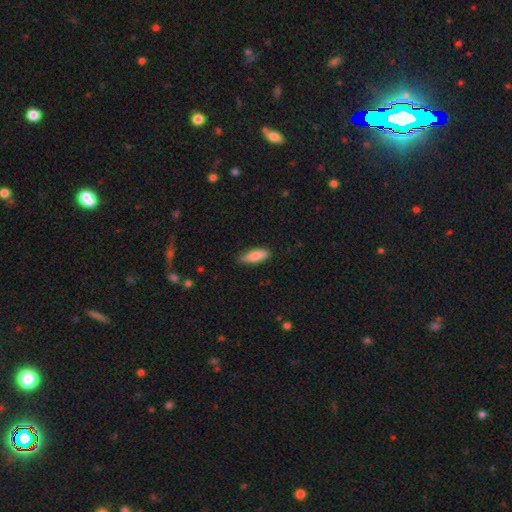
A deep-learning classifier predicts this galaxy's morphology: Smooth or featured: smooth — 82% (featured or disk — 12%)
How rounded: in between — 64% (cigar-shaped — 34%)
Merging: none — 78% (minor disturbance — 18%)